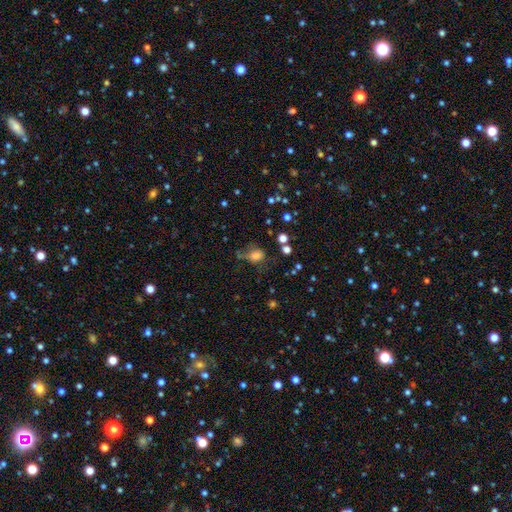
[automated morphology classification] This is likely a smooth galaxy (69%). How rounded: likely in between (67%). Merging: marginally none (40%).